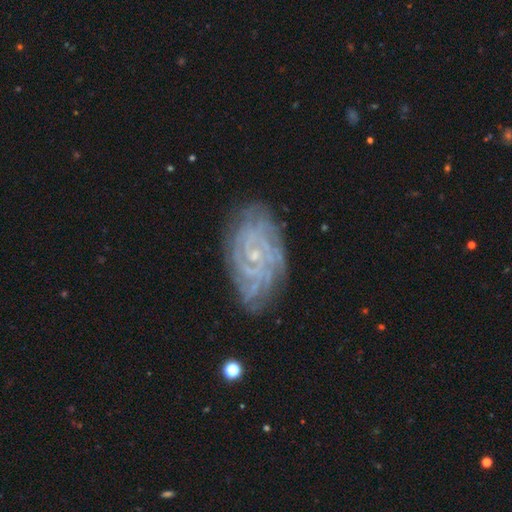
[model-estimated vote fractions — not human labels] featured or disk 84%, star or artifact 8%, smooth 7%. Down the decision tree: edge-on disk — no (96%); bar — no (65%); spiral arms — yes (96%); spiral arm count — can't tell (33%); spiral winding — tight (75%); bulge size — small (82%); merging — none (78%).